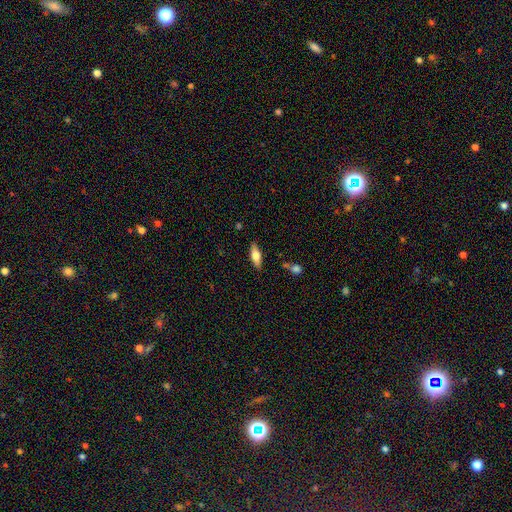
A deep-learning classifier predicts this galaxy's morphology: type=smooth (54%); roundness=in between (60%); merging=none (84%).